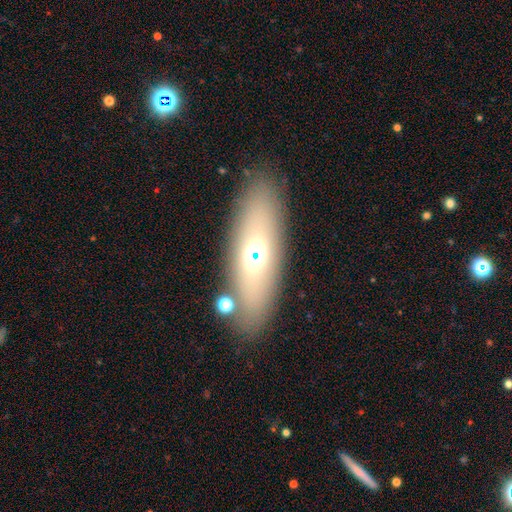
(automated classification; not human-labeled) Morphology: type=smooth (56%); roundness=in between (59%); merging=none (83%).